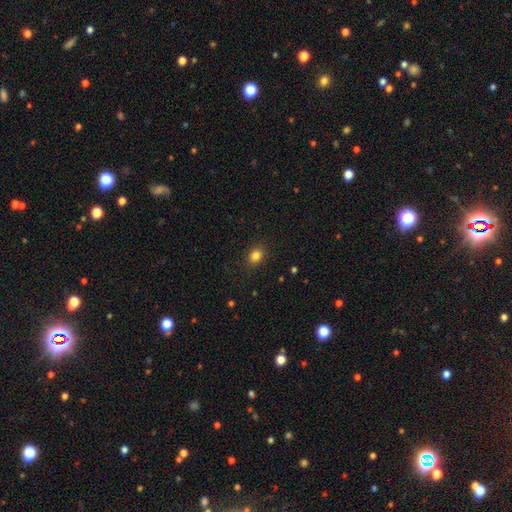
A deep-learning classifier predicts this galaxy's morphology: Smooth or featured?
  - smooth: 84% *
  - star or artifact: 11%
  - featured or disk: 5%
How rounded?
  - in between: 53% *
  - round: 46%
  - cigar-shaped: 1%
Merging?
  - none: 88% *
  - minor disturbance: 8%
  - major disturbance: 2%
  - merger: 1%